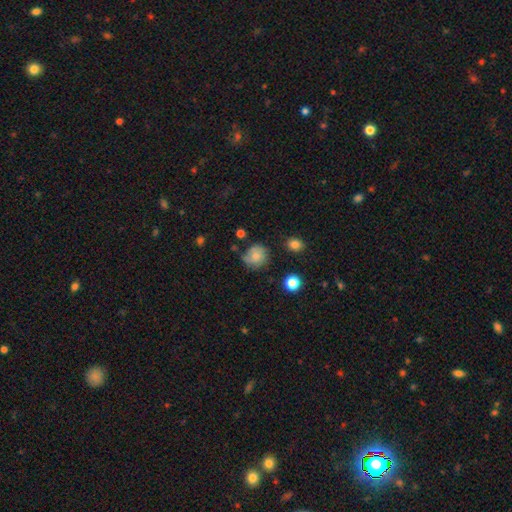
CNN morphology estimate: smooth 76%, featured or disk 14%, star or artifact 10%. Down the decision tree: how rounded — round (83%); merging — none (63%).